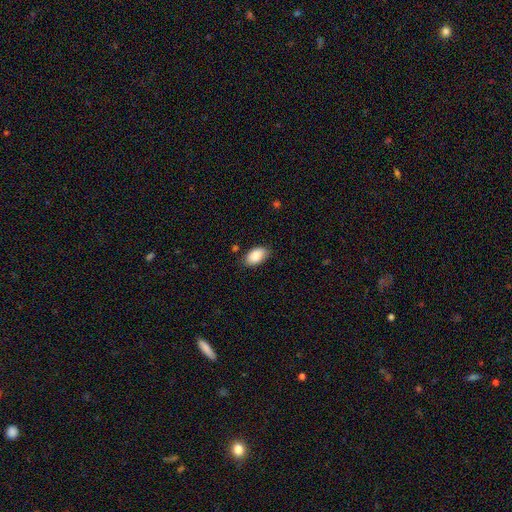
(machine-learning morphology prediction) Smooth or featured?
  - smooth: 87% *
  - star or artifact: 7%
  - featured or disk: 7%
How rounded?
  - in between: 94% *
  - round: 5%
  - cigar-shaped: 2%
Merging?
  - none: 83% *
  - minor disturbance: 13%
  - major disturbance: 2%
  - merger: 1%